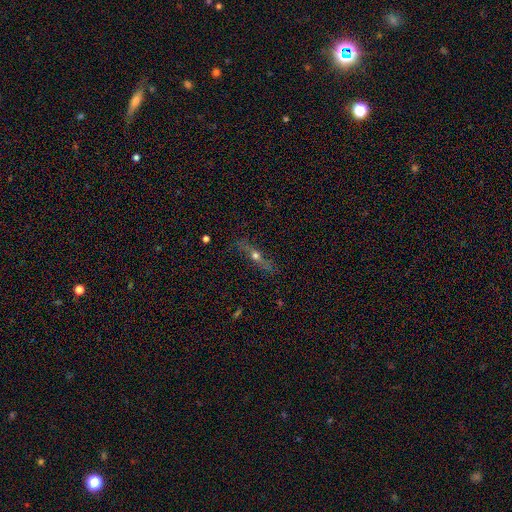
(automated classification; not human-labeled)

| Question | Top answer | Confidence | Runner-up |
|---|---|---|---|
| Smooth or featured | featured or disk | 58% | smooth (32%) |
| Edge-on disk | yes | 90% | no (10%) |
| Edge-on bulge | rounded | 92% | none (5%) |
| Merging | none | 84% | minor disturbance (11%) |